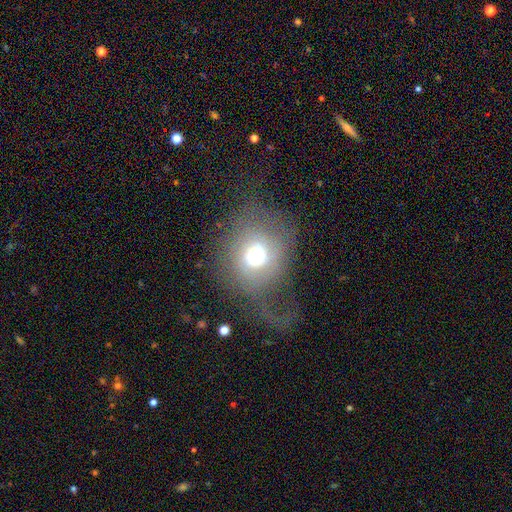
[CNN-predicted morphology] Smooth or featured: smooth — 53% (featured or disk — 32%)
How rounded: round — 78% (in between — 21%)
Merging: none — 45% (major disturbance — 35%)